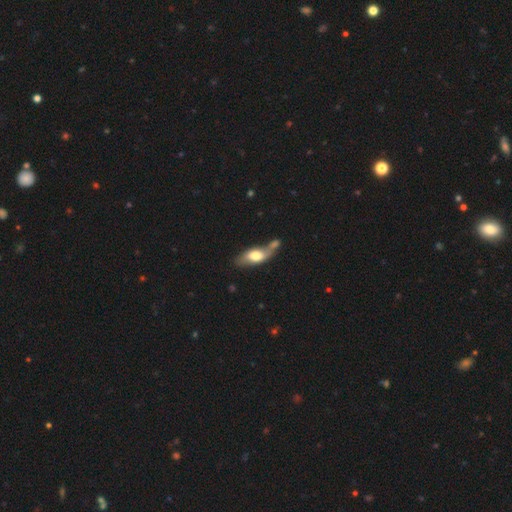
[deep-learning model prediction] A smooth galaxy with no disk features (56%) that is in between round and cigar-shaped (78%).

Vote fractions:
- Smooth or featured? smooth: 56% / featured or disk: 38% / star or artifact: 6%
- How rounded? in between: 78% / cigar-shaped: 17% / round: 5%
- Merging? merger: 41% / none: 31% / minor disturbance: 17% / major disturbance: 10%